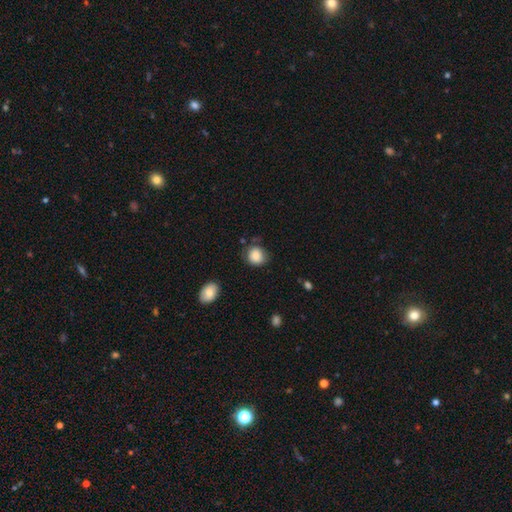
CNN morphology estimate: Q: Smooth or featured?
A: smooth (84%); runner-up: star or artifact (8%)
Q: How rounded?
A: round (81%); runner-up: in between (18%)
Q: Merging?
A: none (74%); runner-up: minor disturbance (19%)